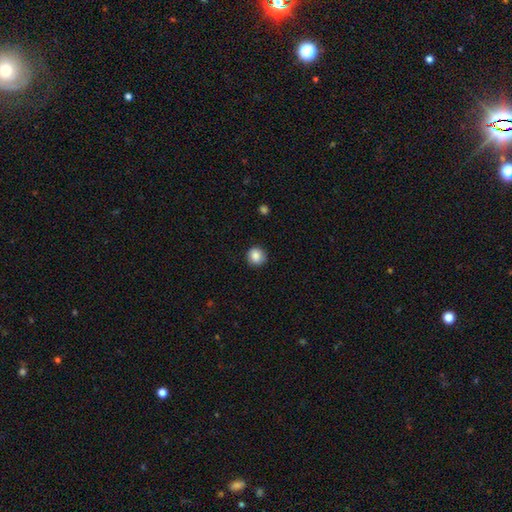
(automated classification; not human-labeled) Smooth or featured? Predicted: smooth (p=0.86). How rounded? Predicted: round (p=0.89). Merging? Predicted: none (p=0.86).